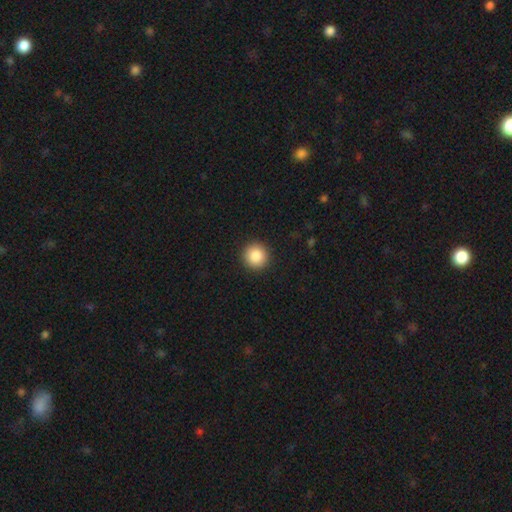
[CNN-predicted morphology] This is clearly a smooth galaxy (87%). How rounded: clearly round (95%). Merging: clearly none (93%).